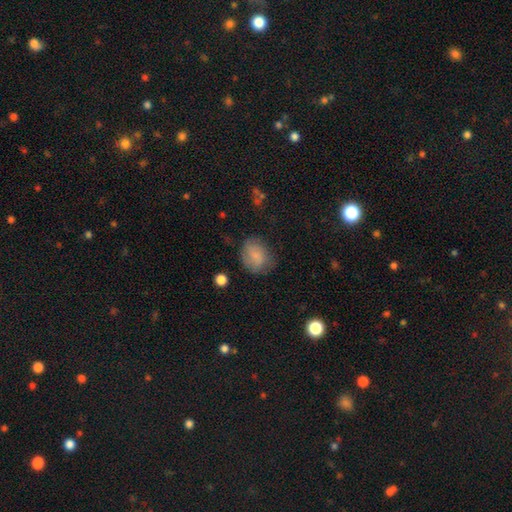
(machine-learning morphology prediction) type=smooth (78%); roundness=round (52%); merging=none (68%).